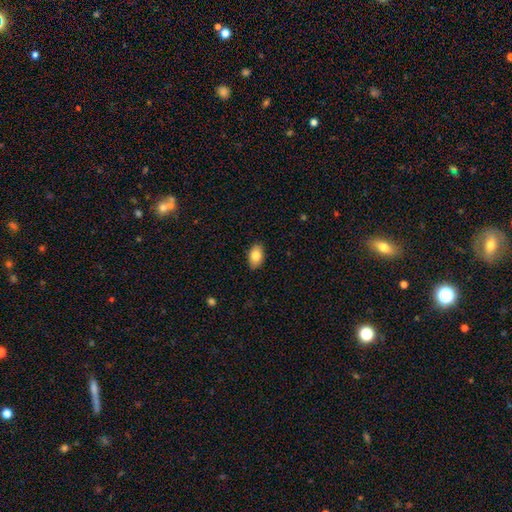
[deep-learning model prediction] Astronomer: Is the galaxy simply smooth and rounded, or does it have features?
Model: smooth — 83%.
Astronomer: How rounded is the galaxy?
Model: in between — 90%.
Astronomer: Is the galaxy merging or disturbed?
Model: none — 88%.